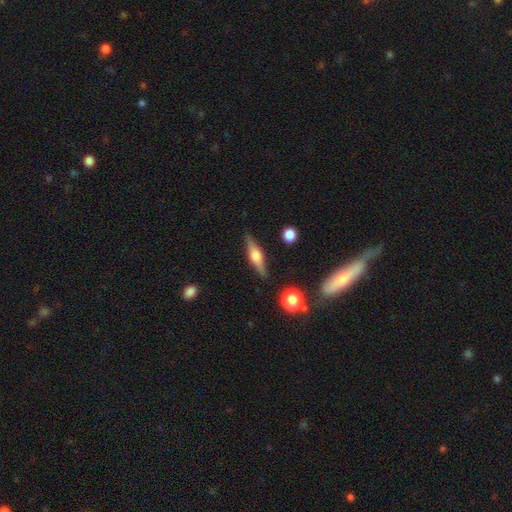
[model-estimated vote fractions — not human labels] This is likely a featured or disk galaxy (64%). It is clearly viewed edge-on (96%). Edge-on bulge: clearly rounded (85%). Merging: clearly none (86%).